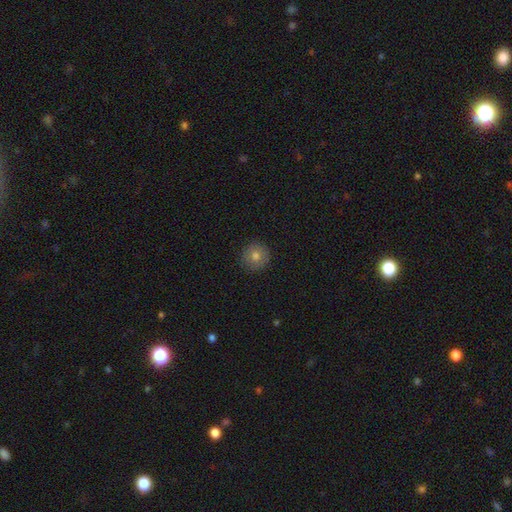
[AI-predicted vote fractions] smooth 77%, featured or disk 12%, star or artifact 11%. Down the decision tree: how rounded — round (95%); merging — none (91%).